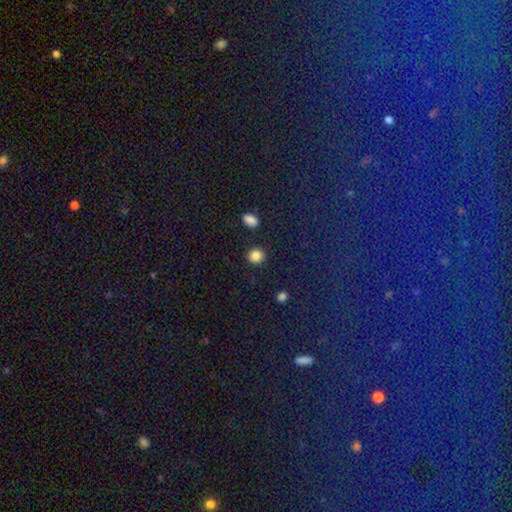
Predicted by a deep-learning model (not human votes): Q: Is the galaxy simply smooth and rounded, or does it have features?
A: smooth — 86%.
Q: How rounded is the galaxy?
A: round — 86%.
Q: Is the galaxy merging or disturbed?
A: none — 89%.